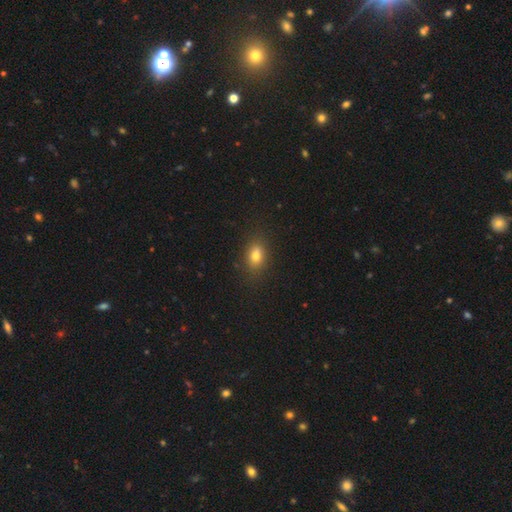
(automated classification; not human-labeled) Q: Smooth or featured?
A: smooth (79%); runner-up: star or artifact (12%)
Q: How rounded?
A: in between (77%); runner-up: round (20%)
Q: Merging?
A: none (85%); runner-up: minor disturbance (10%)